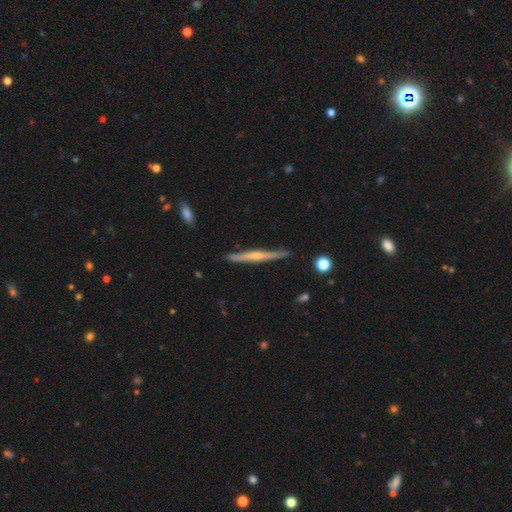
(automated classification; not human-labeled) A featured or disk galaxy (70%) viewed edge-on (98%) with a rounded central bulge (65%).

Vote fractions:
- Smooth or featured? featured or disk: 70% / smooth: 24% / star or artifact: 6%
- Edge-on disk? yes: 98% / no: 2%
- Edge-on bulge? rounded: 65% / none: 28% / boxy: 7%
- Merging? none: 87% / minor disturbance: 10% / major disturbance: 2% / merger: 1%